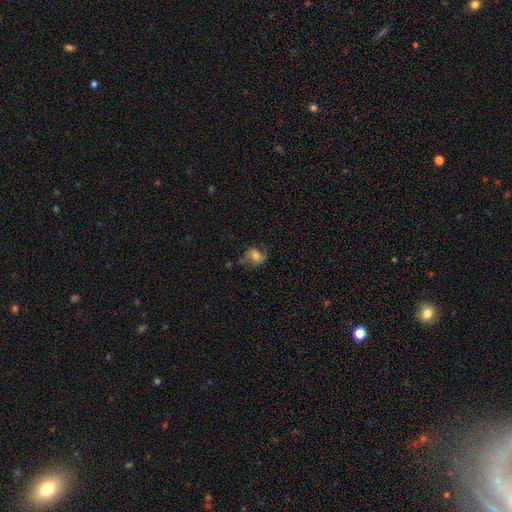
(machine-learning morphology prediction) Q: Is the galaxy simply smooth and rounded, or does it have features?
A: featured or disk — 47%.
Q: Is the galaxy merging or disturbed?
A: none — 57%.